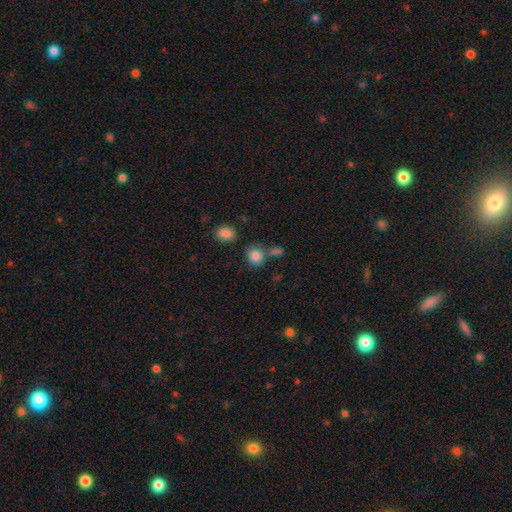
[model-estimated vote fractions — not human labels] This appears to be a smooth galaxy with no disk features (84%) that is round (79%). Merging: none (63%).